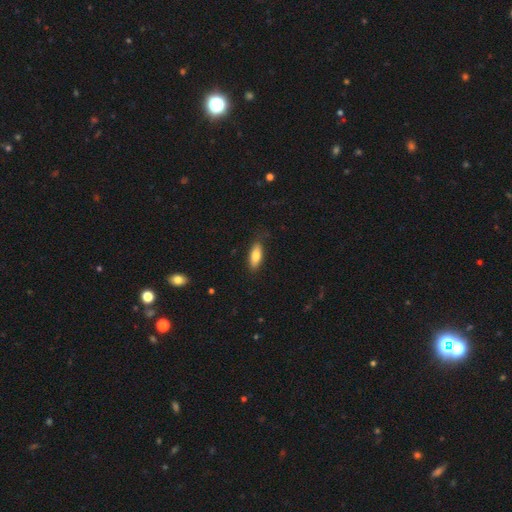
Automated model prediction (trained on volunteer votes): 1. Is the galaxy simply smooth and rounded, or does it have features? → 78% smooth, 15% featured or disk, 6% star or artifact.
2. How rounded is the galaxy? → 71% in between, 27% cigar-shaped, 2% round.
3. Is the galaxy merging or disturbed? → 82% none, 14% minor disturbance, 3% major disturbance, 1% merger.